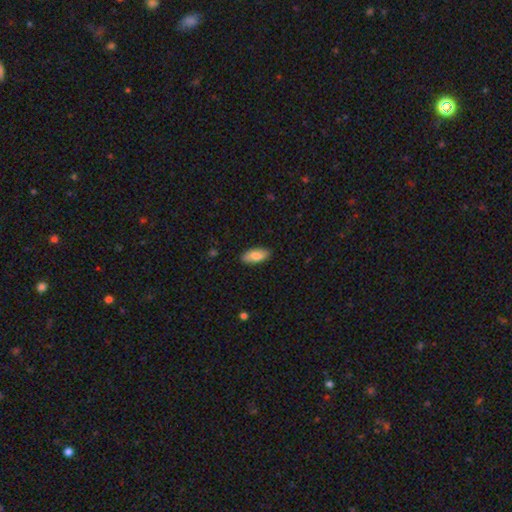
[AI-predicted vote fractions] smooth_or_featured: smooth (p=0.81) [alt: featured or disk p=0.14]
how_rounded: in between (p=0.87) [alt: cigar-shaped p=0.11]
merging: none (p=0.88) [alt: minor disturbance p=0.09]